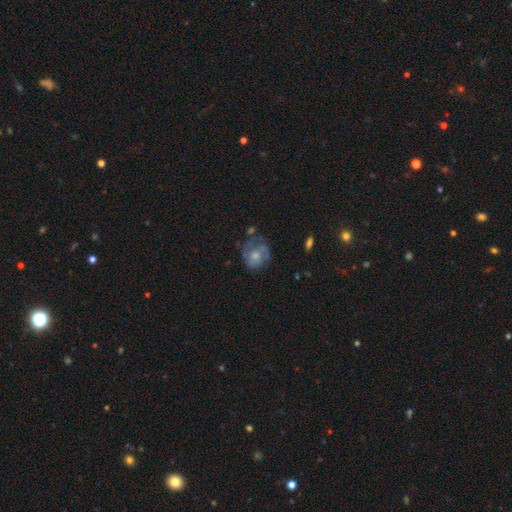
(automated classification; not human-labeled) Smooth or featured: featured or disk — 57% (smooth — 35%)
Edge-on disk: no — 97% (yes — 3%)
Bar: no — 78% (weak — 19%)
Spiral arms: yes — 67% (no — 33%)
Bulge size: moderate — 52% (small — 36%)
Merging: none — 52% (minor disturbance — 26%)